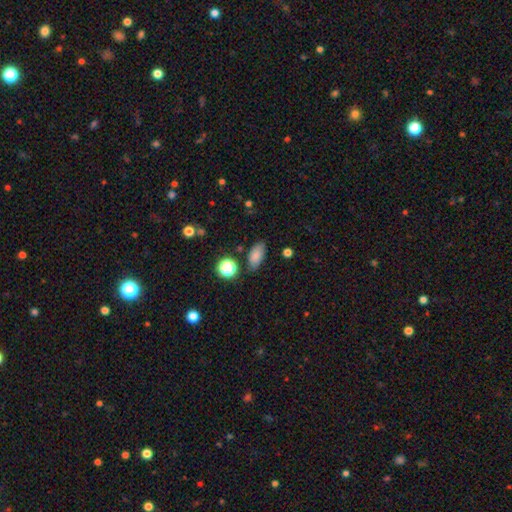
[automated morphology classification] A smooth galaxy with no disk features (81%) that is in between round and cigar-shaped (87%). Merging: none (79%).